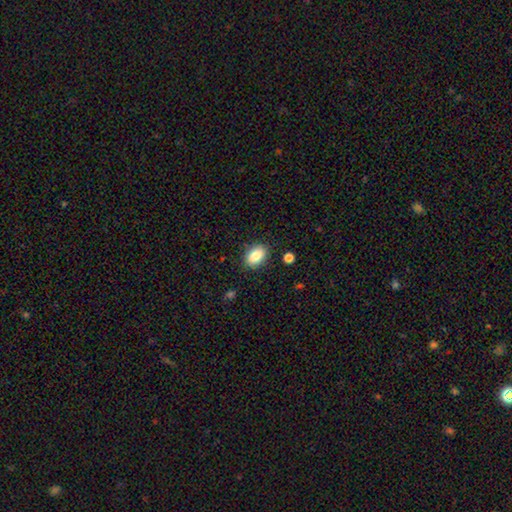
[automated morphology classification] The model was most divided on "how rounded": in between: 84%, round: 14%, cigar-shaped: 2%. More confident: merging — none (85%); smooth or featured — smooth (84%).